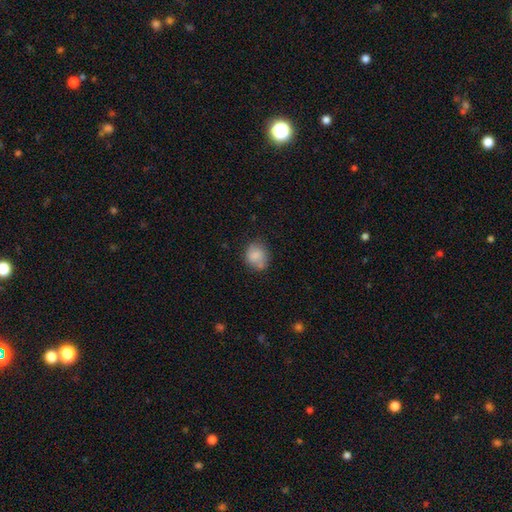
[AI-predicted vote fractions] Smooth or featured? smooth (80%)
How rounded? round (68%)
Merging? none (62%)